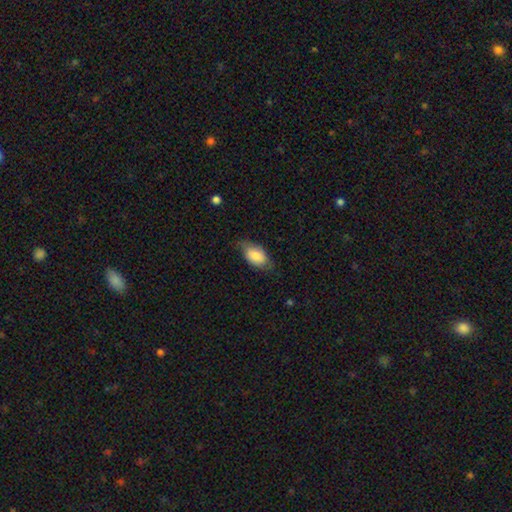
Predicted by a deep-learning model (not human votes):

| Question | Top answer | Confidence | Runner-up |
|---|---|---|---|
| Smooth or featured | smooth | 74% | featured or disk (19%) |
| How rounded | in between | 92% | round (5%) |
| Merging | none | 63% | minor disturbance (27%) |